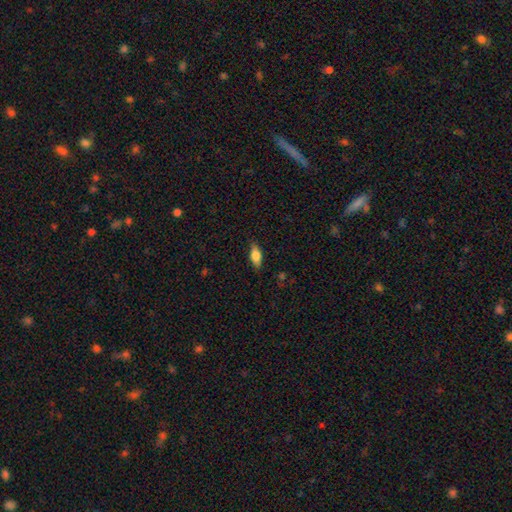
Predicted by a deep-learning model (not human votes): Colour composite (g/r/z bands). It shows a smooth galaxy with no disk features (71%) that is in between round and cigar-shaped (77%). Merging: none (84%).